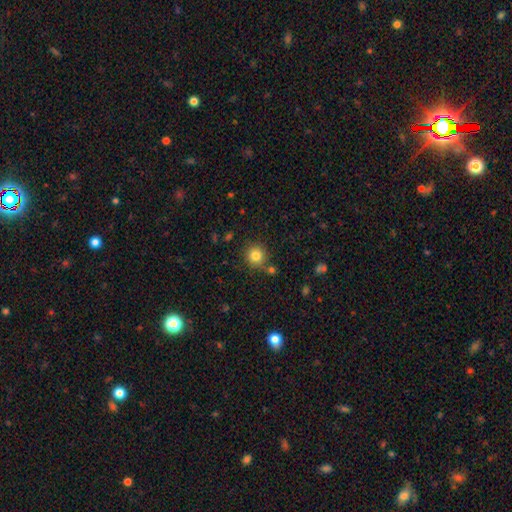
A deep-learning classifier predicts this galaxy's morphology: This appears to be a smooth galaxy with no disk features (82%) that is round (92%). Merging: none (78%).